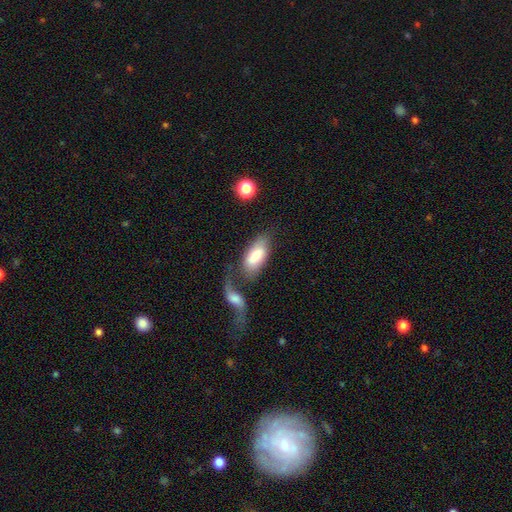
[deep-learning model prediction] Morphology: type=smooth (69%); roundness=in between (88%); merging=none (36%).